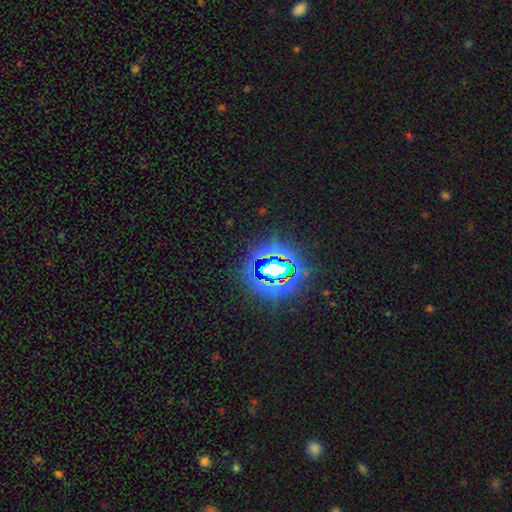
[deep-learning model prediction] This is clearly a star or artifact rather than a galaxy (81%).